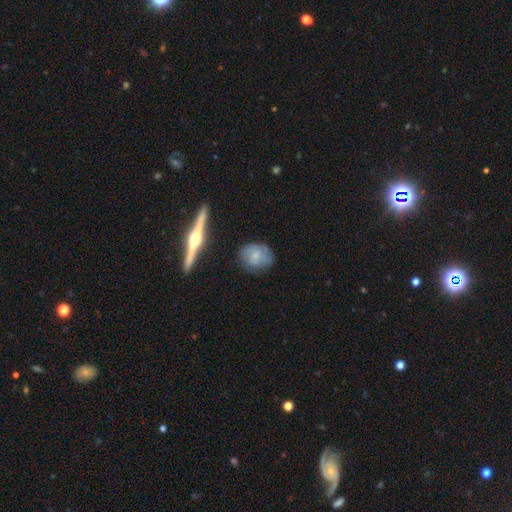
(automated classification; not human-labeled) smooth-or-featured: featured or disk: 48% | smooth: 45% | star or artifact: 7%
  merging: none: 70% | minor disturbance: 21% | major disturbance: 6% | merger: 2%